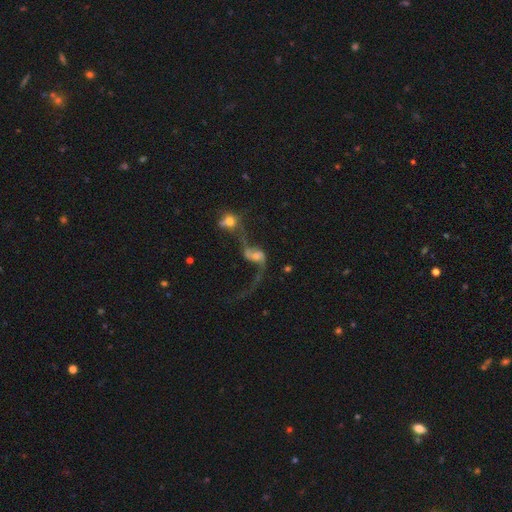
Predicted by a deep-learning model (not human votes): The model was most divided on "bulge size": moderate: 37%, small: 35%, none: 15%, large: 10%, dominant: 3%. More confident: edge-on disk — no (95%); spiral winding — loose (89%); spiral arms — yes (78%); spiral arm count — 2 (70%); smooth or featured — featured or disk (68%); merging — merger (60%); bar — no (54%).